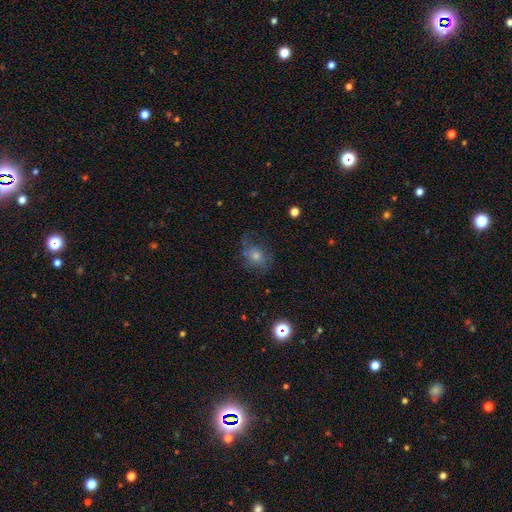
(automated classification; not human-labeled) Smooth or featured? Predicted: smooth (p=0.41). Merging? Predicted: none (p=0.60).